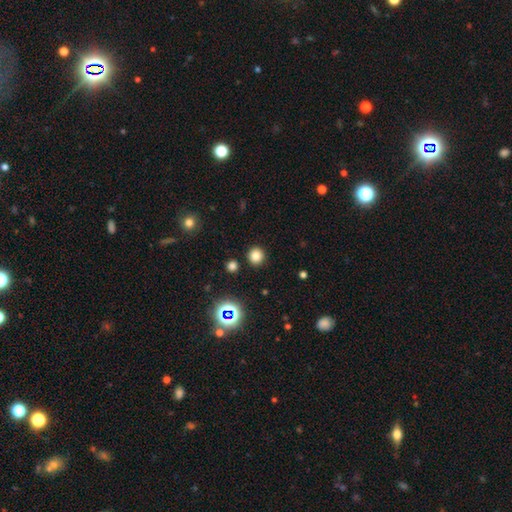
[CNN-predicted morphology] smooth-or-featured: smooth: 78% | star or artifact: 17% | featured or disk: 5%
  how-rounded: round: 93% | in between: 6% | cigar-shaped: 1%
  merging: none: 90% | minor disturbance: 5% | merger: 2% | major disturbance: 2%